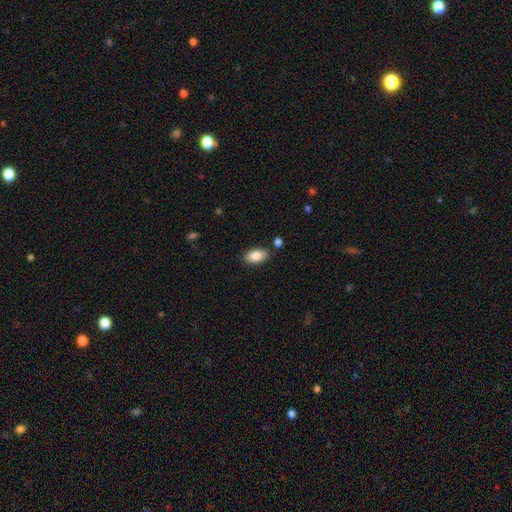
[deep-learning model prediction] The model was most divided on "merging": none: 85%, minor disturbance: 10%, merger: 3%, major disturbance: 2%. More confident: how rounded — in between (93%); smooth or featured — smooth (85%).